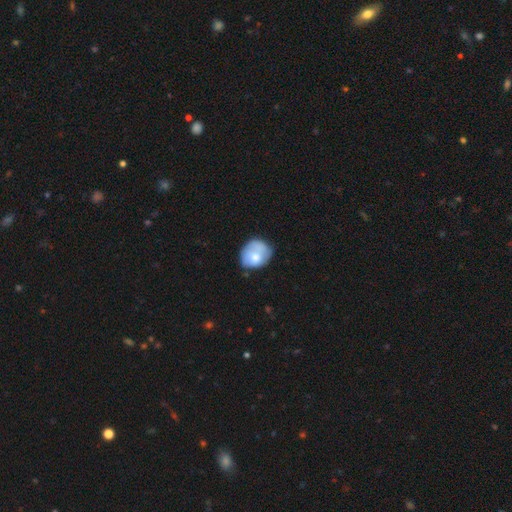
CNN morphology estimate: A smooth galaxy with no disk features (66%) that is round (62%).

Vote fractions:
- Smooth or featured? smooth: 66% / featured or disk: 26% / star or artifact: 8%
- How rounded? round: 62% / in between: 37% / cigar-shaped: 1%
- Merging? none: 49% / minor disturbance: 34% / major disturbance: 12% / merger: 5%